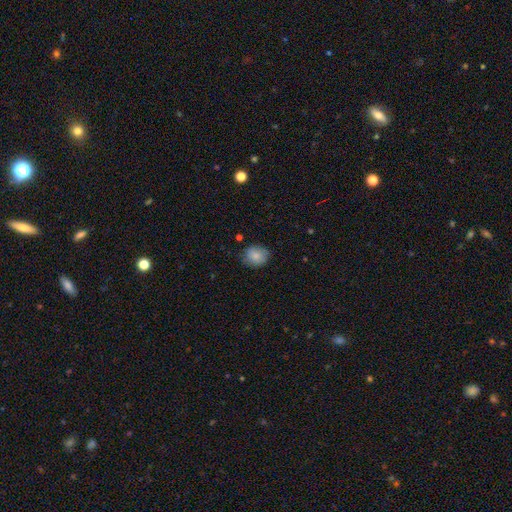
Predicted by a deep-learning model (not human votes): This is clearly a smooth galaxy (84%). How rounded: likely round (64%). Merging: likely none (76%).